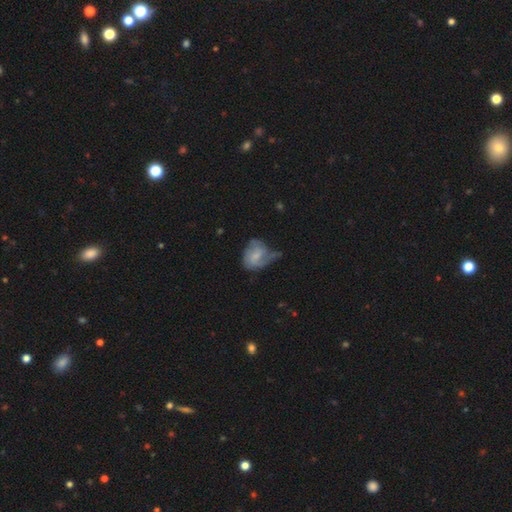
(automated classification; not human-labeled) Smooth or featured: smooth — 47% (featured or disk — 46%)
Merging: minor disturbance — 35% (major disturbance — 33%)